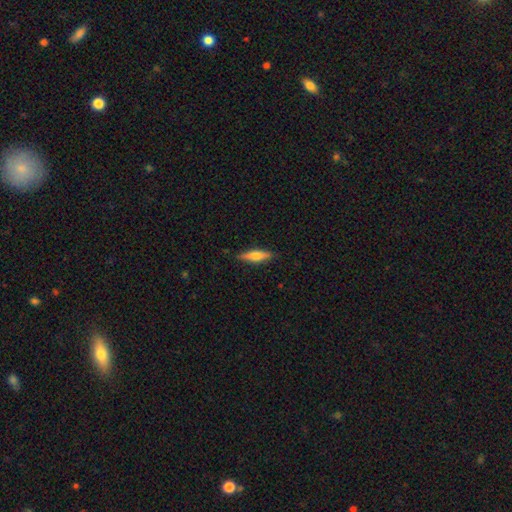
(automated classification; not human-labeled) This is possibly a smooth galaxy (58%). How rounded: likely cigar-shaped (68%). Merging: clearly none (87%).